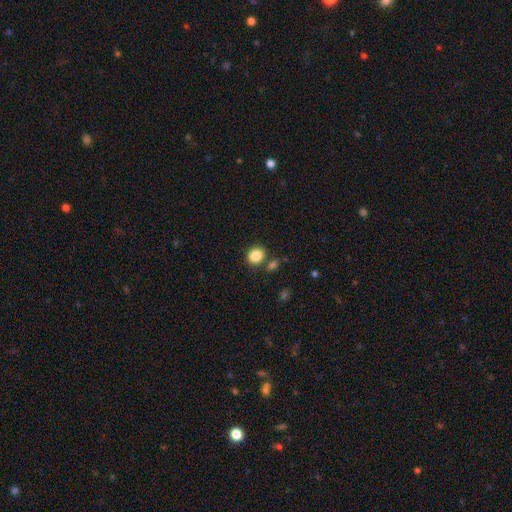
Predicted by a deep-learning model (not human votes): smooth 86%, star or artifact 9%, featured or disk 5%. Down the decision tree: how rounded — round (62%); merging — none (74%).